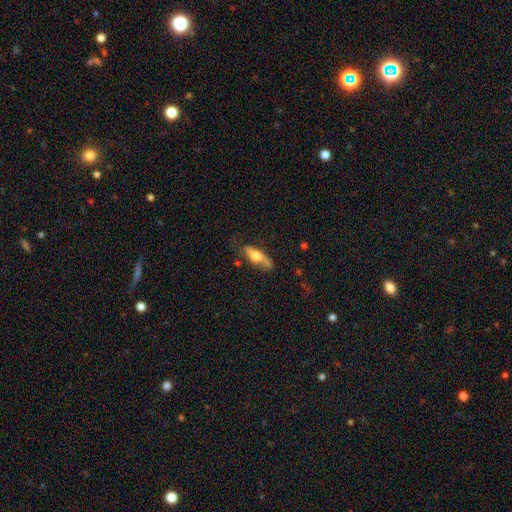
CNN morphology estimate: This appears to be a smooth galaxy with no disk features (56%) that is in between round and cigar-shaped (53%). Merging: none (60%).